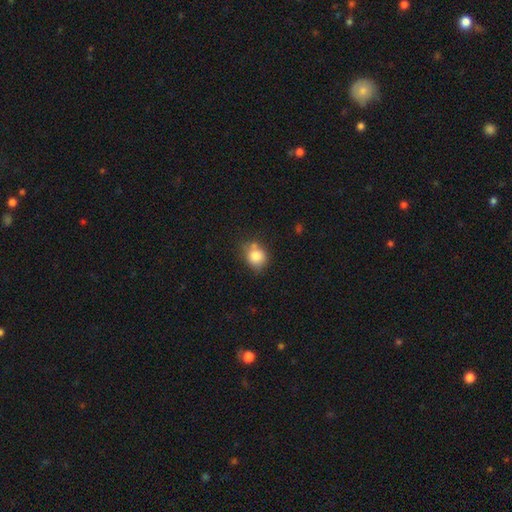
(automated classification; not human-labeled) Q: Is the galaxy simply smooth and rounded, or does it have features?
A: smooth — 81%.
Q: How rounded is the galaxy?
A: round — 70%.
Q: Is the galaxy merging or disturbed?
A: none — 57%.